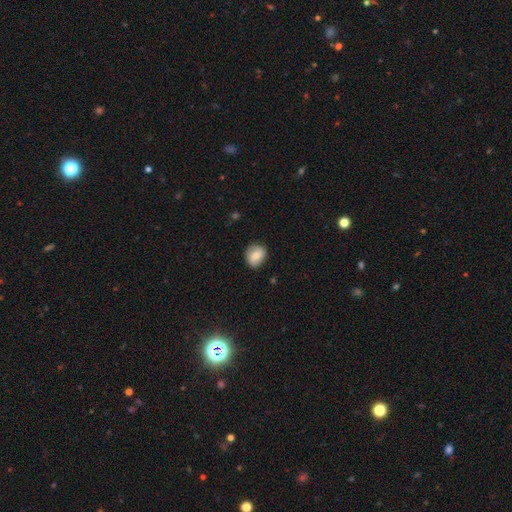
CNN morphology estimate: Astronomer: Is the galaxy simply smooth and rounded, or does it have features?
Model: smooth — 70%.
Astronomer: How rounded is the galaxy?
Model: round — 65%.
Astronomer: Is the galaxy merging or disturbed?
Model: none — 79%.